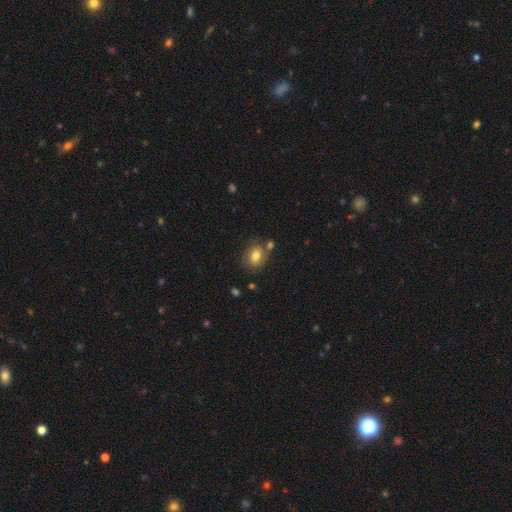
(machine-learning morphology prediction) Q: Smooth or featured?
A: smooth (75%); runner-up: featured or disk (16%)
Q: How rounded?
A: in between (51%); runner-up: round (48%)
Q: Merging?
A: none (65%); runner-up: minor disturbance (16%)